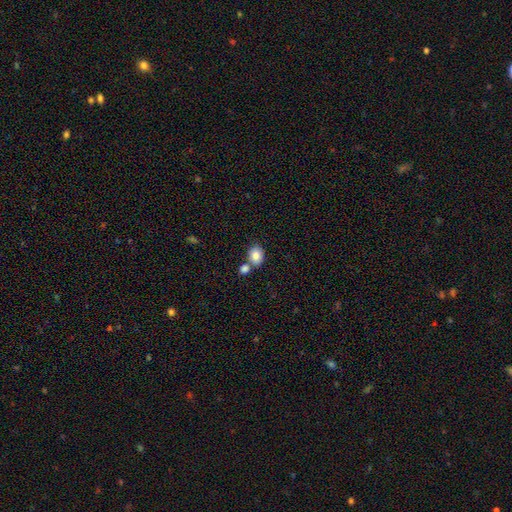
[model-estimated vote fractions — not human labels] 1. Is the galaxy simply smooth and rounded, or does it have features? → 83% smooth, 9% featured or disk, 8% star or artifact.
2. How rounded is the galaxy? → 56% in between, 43% round, 1% cigar-shaped.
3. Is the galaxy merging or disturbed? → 60% none, 27% merger, 10% minor disturbance, 3% major disturbance.